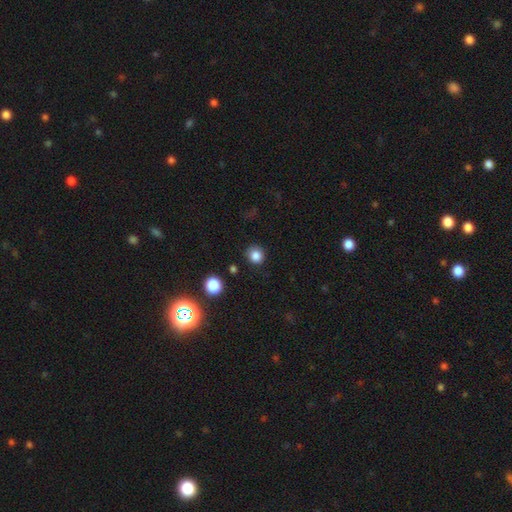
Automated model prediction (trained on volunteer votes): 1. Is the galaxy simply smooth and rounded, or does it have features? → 84% smooth, 12% star or artifact, 4% featured or disk.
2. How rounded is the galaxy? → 88% round, 11% in between, 1% cigar-shaped.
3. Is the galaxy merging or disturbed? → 86% none, 9% minor disturbance, 3% major disturbance, 2% merger.